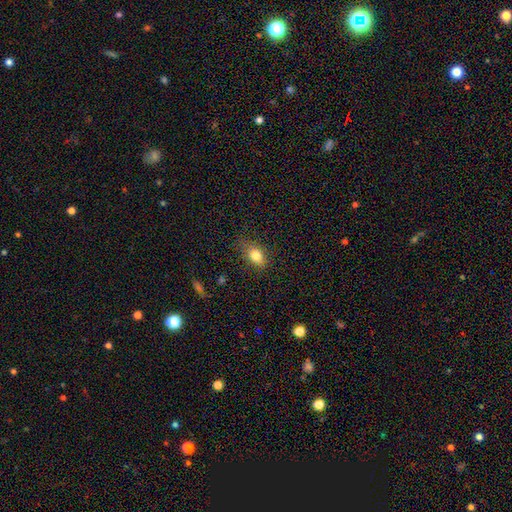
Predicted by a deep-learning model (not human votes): smooth_or_featured: smooth (p=0.80) [alt: star or artifact p=0.10]
how_rounded: in between (p=0.76) [alt: round p=0.21]
merging: none (p=0.75) [alt: minor disturbance p=0.19]